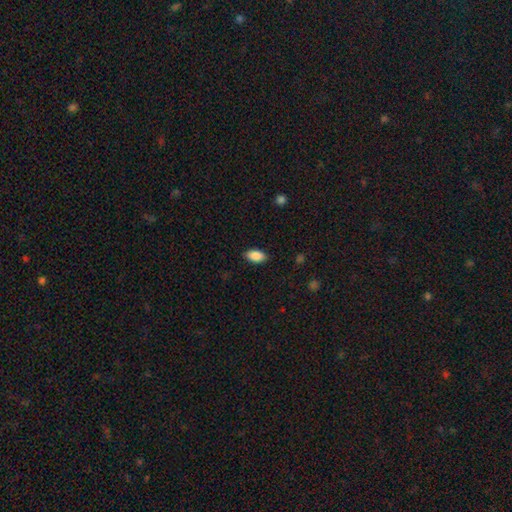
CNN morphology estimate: Smooth or featured? Predicted: smooth (p=0.89). How rounded? Predicted: in between (p=0.93). Merging? Predicted: none (p=0.87).